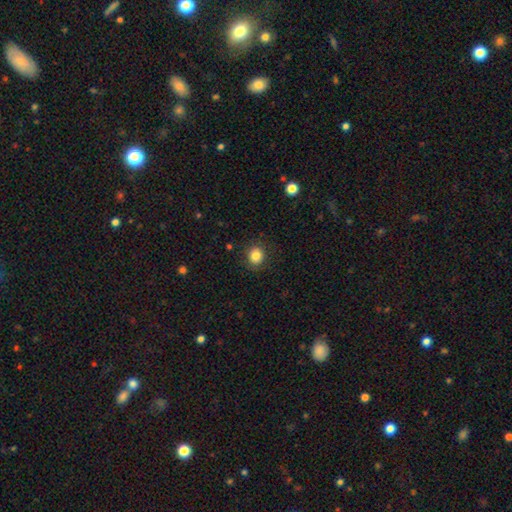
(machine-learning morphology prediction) Smooth or featured?
  - smooth: 84% *
  - star or artifact: 11%
  - featured or disk: 5%
How rounded?
  - round: 81% *
  - in between: 18%
  - cigar-shaped: 1%
Merging?
  - none: 89% *
  - minor disturbance: 8%
  - major disturbance: 3%
  - merger: 1%